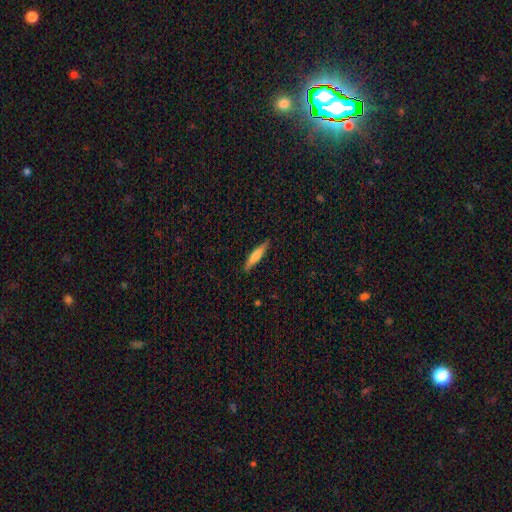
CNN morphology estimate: smooth_or_featured: smooth (p=0.66) [alt: featured or disk p=0.28]
how_rounded: cigar-shaped (p=0.86) [alt: in between p=0.13]
merging: none (p=0.87) [alt: minor disturbance p=0.10]